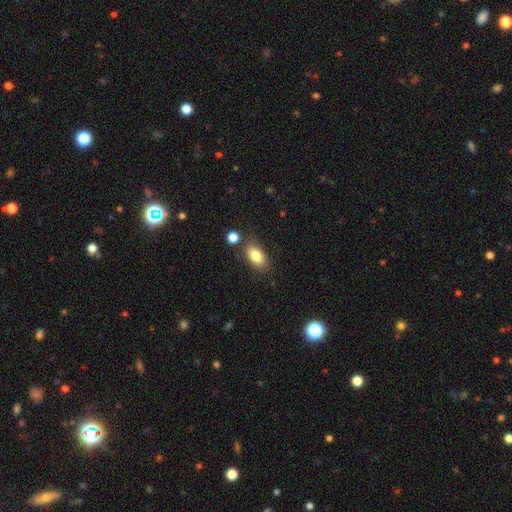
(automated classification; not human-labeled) The model was most divided on "merging": none: 78%, minor disturbance: 13%, merger: 6%, major disturbance: 3%. More confident: how rounded — in between (88%); smooth or featured — smooth (83%).